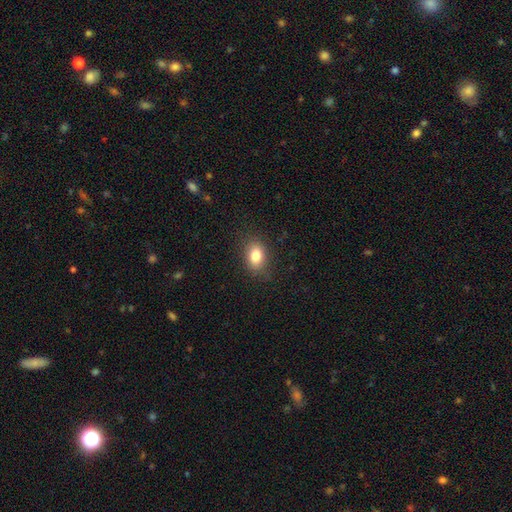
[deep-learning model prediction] Smooth or featured? smooth (81%)
How rounded? in between (76%)
Merging? none (85%)